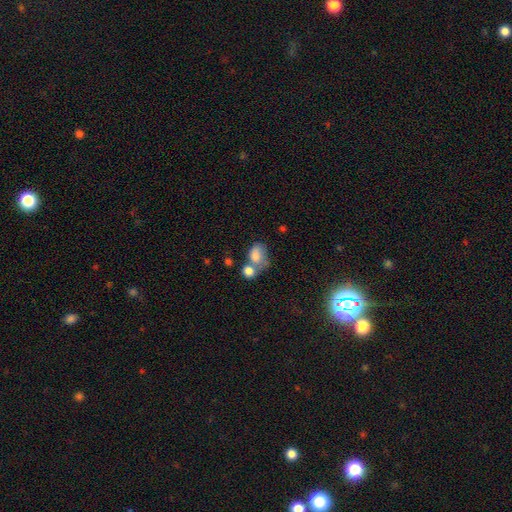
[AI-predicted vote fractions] A smooth galaxy with no disk features (78%) that is in between round and cigar-shaped (71%). Merging: merger (50%).